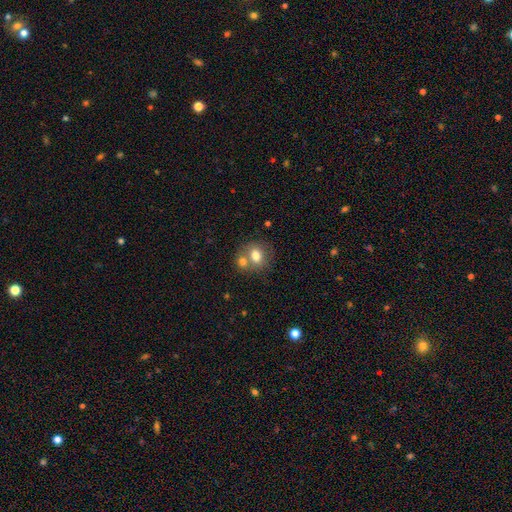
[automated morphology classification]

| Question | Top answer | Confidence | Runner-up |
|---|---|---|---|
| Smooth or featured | smooth | 75% | featured or disk (16%) |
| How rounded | round | 60% | in between (39%) |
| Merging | none | 44% | merger (43%) |